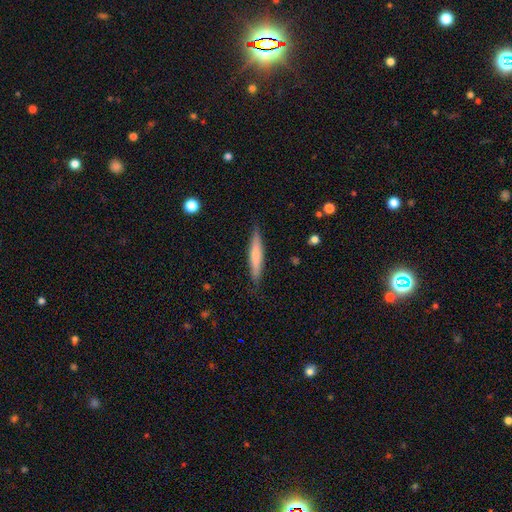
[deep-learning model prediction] Q: Smooth or featured?
A: smooth (67%); runner-up: featured or disk (27%)
Q: How rounded?
A: cigar-shaped (92%); runner-up: in between (7%)
Q: Merging?
A: none (86%); runner-up: minor disturbance (11%)